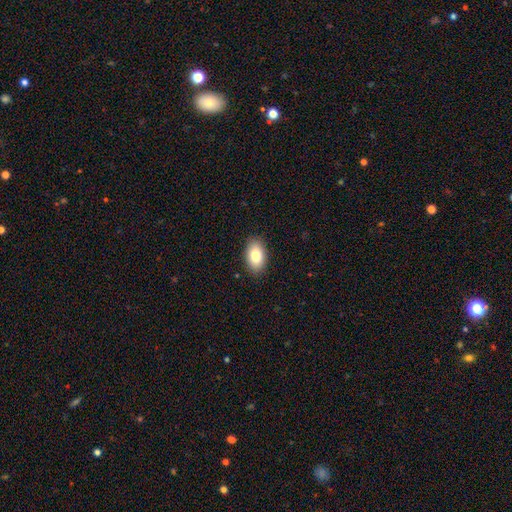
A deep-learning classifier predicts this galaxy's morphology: smooth_or_featured: smooth (p=0.84) [alt: featured or disk p=0.09]
how_rounded: in between (p=0.93) [alt: round p=0.06]
merging: none (p=0.89) [alt: minor disturbance p=0.09]